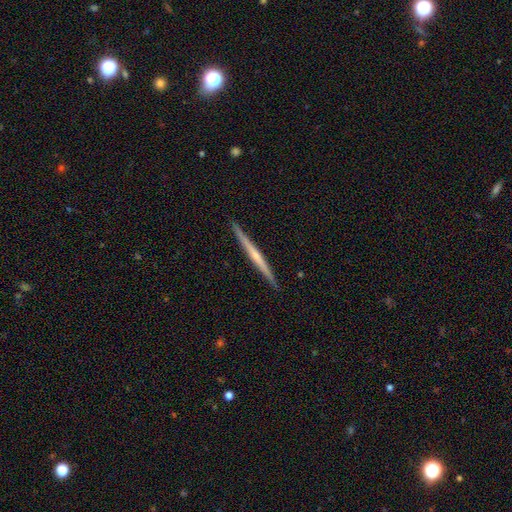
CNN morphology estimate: This appears to be a featured or disk galaxy (68%) viewed edge-on (98%) with no central bulge (52%). Merging: none (92%).